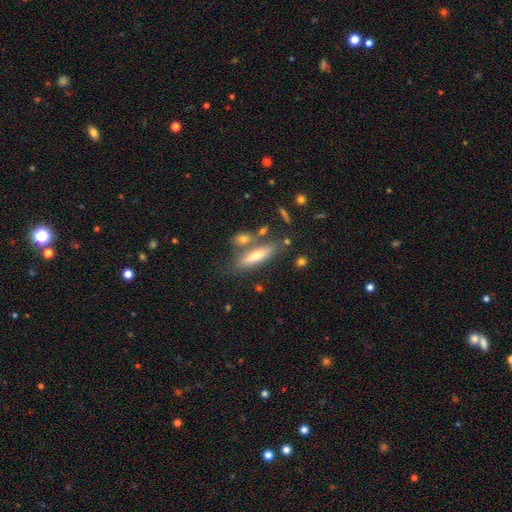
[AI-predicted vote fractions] smooth_or_featured: smooth (p=0.57) [alt: featured or disk p=0.36]
how_rounded: cigar-shaped (p=0.67) [alt: in between p=0.30]
merging: none (p=0.68) [alt: merger p=0.16]